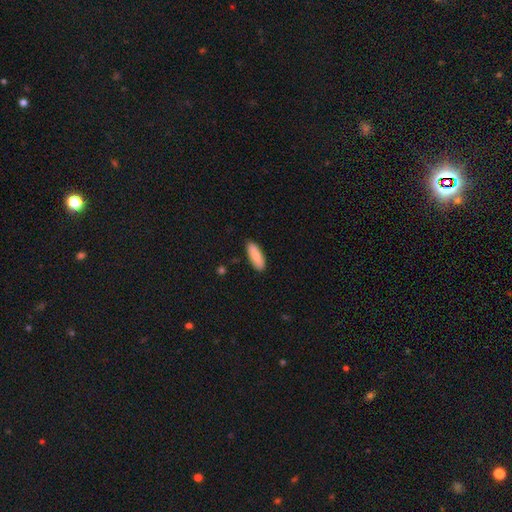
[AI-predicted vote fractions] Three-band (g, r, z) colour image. It shows a smooth galaxy with no disk features (76%) that is in between round and cigar-shaped (70%). Merging: none (87%).